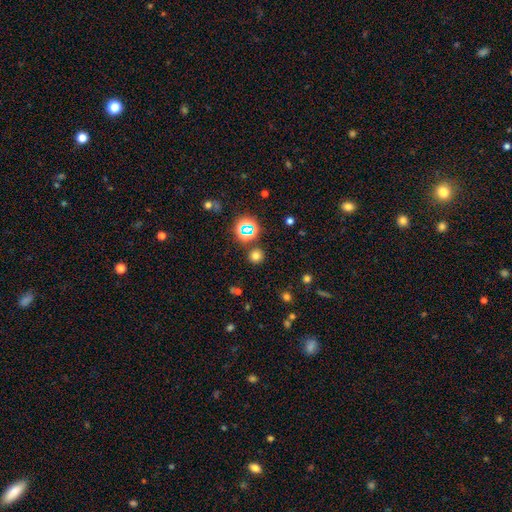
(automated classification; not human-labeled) Q: Smooth or featured?
A: smooth (70%); runner-up: star or artifact (24%)
Q: How rounded?
A: round (92%); runner-up: in between (7%)
Q: Merging?
A: none (87%); runner-up: minor disturbance (6%)